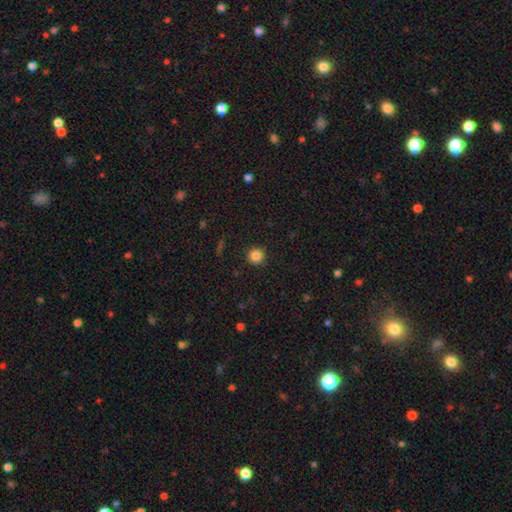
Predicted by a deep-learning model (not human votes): Morphology: type=smooth (84%); roundness=round (95%); merging=none (92%).